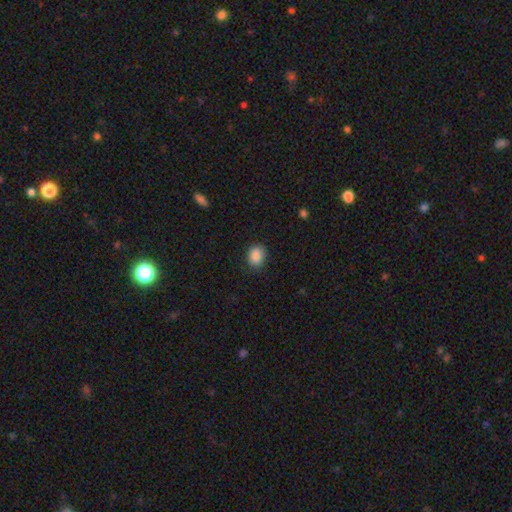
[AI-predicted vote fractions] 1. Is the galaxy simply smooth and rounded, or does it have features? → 88% smooth, 8% star or artifact, 4% featured or disk.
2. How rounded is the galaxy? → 55% in between, 44% round, 1% cigar-shaped.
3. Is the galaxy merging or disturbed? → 85% none, 12% minor disturbance, 3% major disturbance, 1% merger.